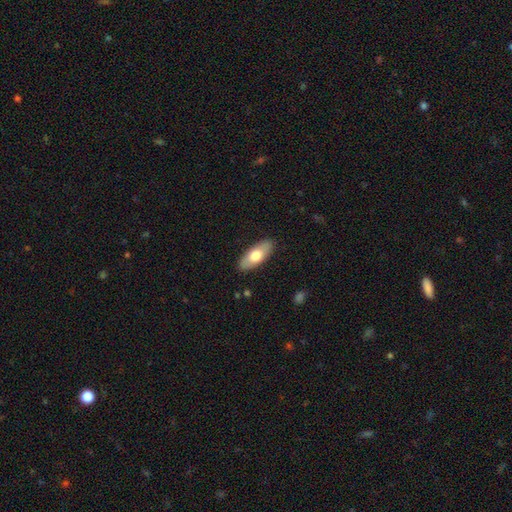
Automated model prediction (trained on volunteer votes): Morphology: type=smooth (67%); roundness=in between (81%); merging=none (88%).